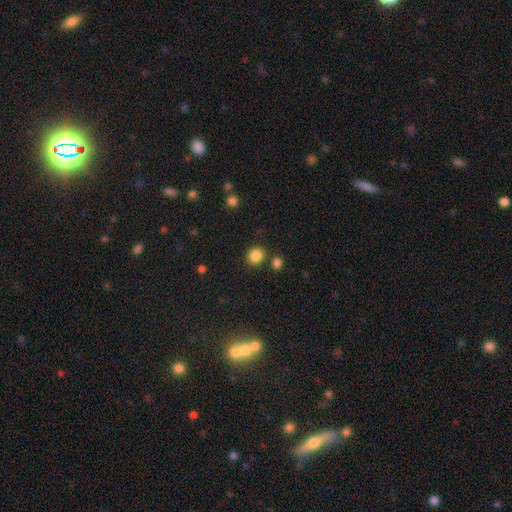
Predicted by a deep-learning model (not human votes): This appears to be a smooth galaxy with no disk features (85%) that is round (80%). Merging: none (82%).